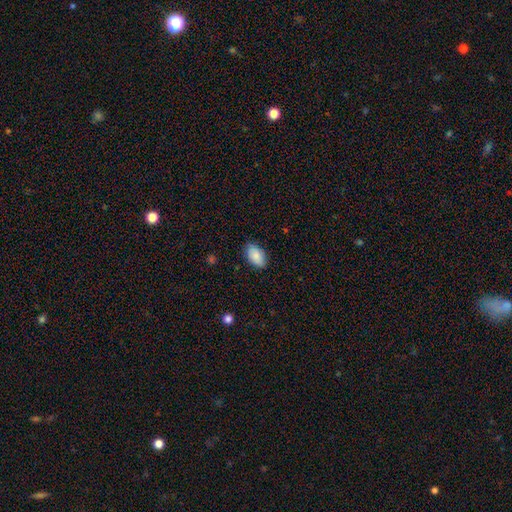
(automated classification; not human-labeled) Smooth or featured? smooth (82%)
How rounded? in between (91%)
Merging? none (78%)